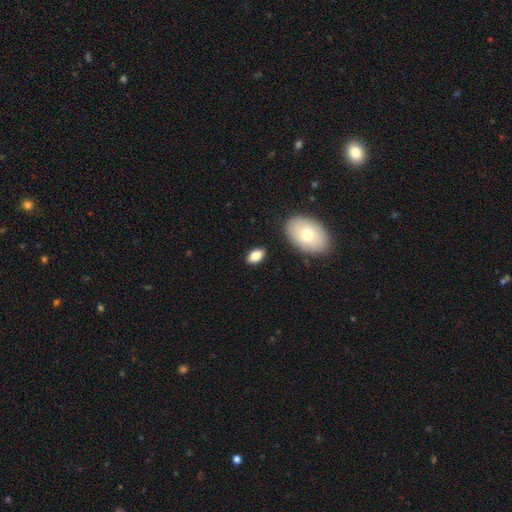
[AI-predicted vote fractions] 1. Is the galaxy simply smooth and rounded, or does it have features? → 81% smooth, 12% featured or disk, 8% star or artifact.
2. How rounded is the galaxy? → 91% in between, 6% round, 2% cigar-shaped.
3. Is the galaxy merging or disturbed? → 85% none, 10% minor disturbance, 3% merger, 2% major disturbance.